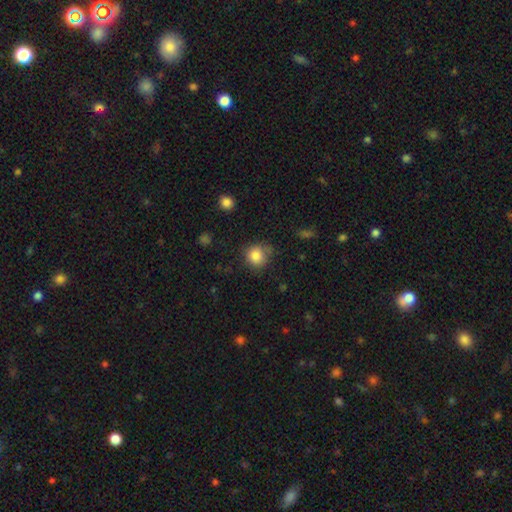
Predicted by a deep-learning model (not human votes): Smooth or featured: smooth — 84% (star or artifact — 10%)
How rounded: round — 88% (in between — 11%)
Merging: none — 71% (minor disturbance — 21%)